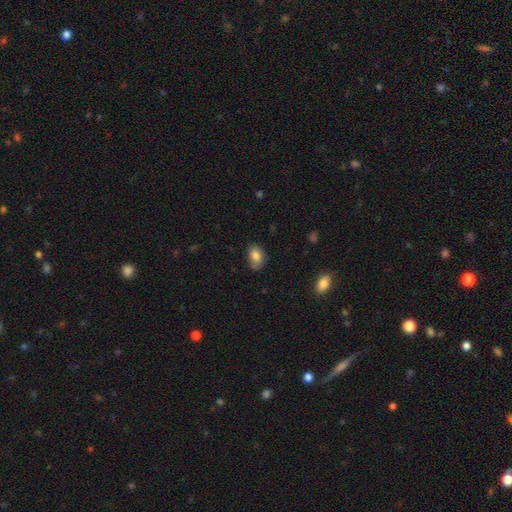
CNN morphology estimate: A smooth galaxy with no disk features (83%) that is in between round and cigar-shaped (87%).

Vote fractions:
- Smooth or featured? smooth: 83% / featured or disk: 9% / star or artifact: 8%
- How rounded? in between: 87% / round: 12% / cigar-shaped: 1%
- Merging? none: 69% / minor disturbance: 25% / major disturbance: 4% / merger: 2%